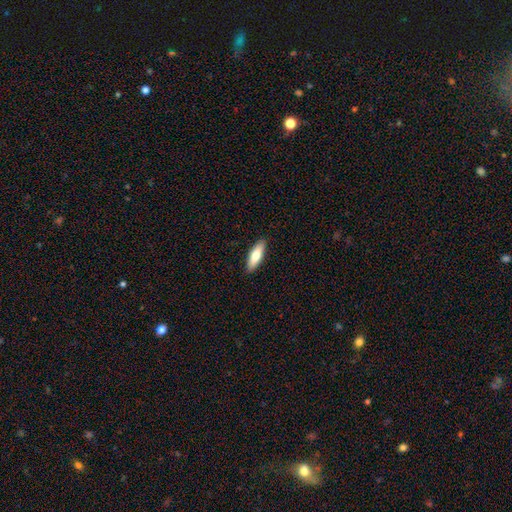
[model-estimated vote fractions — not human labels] smooth 74%, featured or disk 21%, star or artifact 6%. Down the decision tree: how rounded — in between (52%); merging — none (90%).